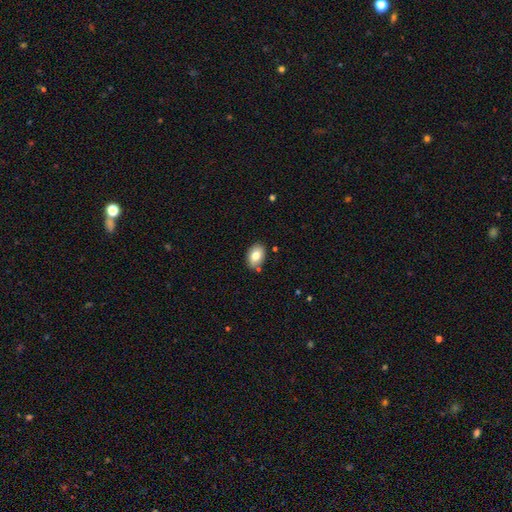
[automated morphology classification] Smooth or featured? Predicted: smooth (p=0.80). How rounded? Predicted: in between (p=0.85). Merging? Predicted: none (p=0.83).